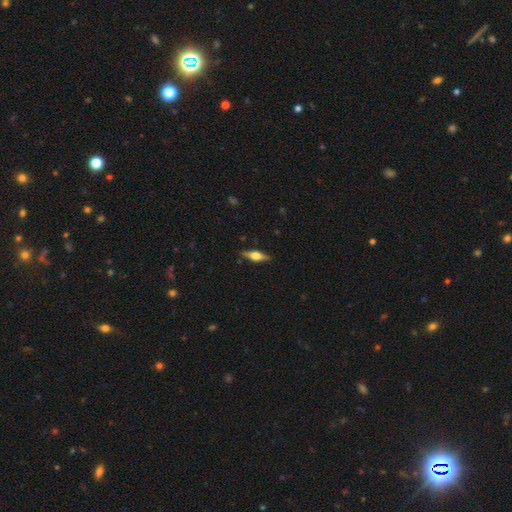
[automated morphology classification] Smooth or featured?
  - featured or disk: 63% *
  - smooth: 31%
  - star or artifact: 6%
Edge-on disk?
  - yes: 95% *
  - no: 5%
Edge-on bulge?
  - rounded: 92% *
  - boxy: 7%
  - none: 2%
Merging?
  - none: 88% *
  - minor disturbance: 9%
  - major disturbance: 2%
  - merger: 1%